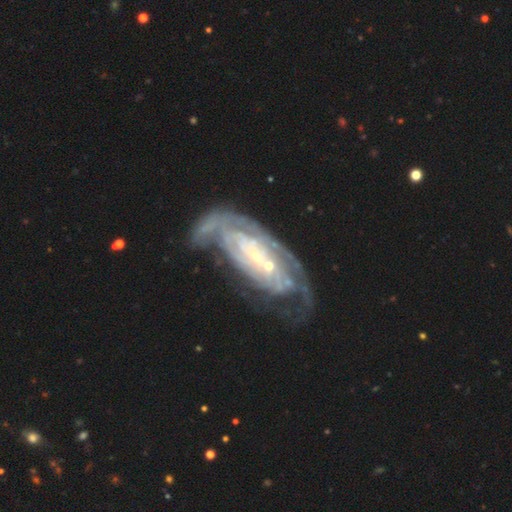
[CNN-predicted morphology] A featured or disk galaxy (84%) with no bar (57%), tight (64%) spiral arms (89%) and a small central bulge (78%). Merging: none (44%).